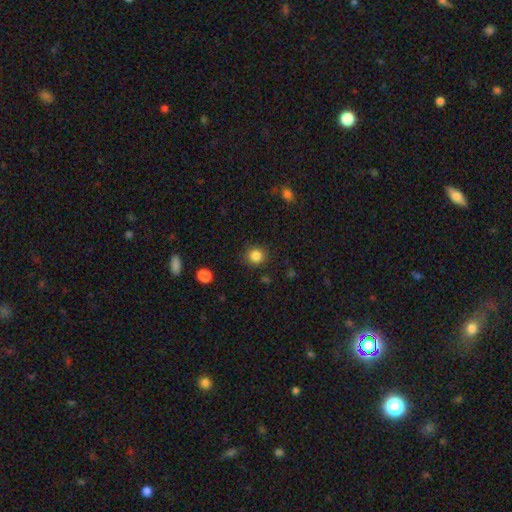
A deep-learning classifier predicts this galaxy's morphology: This is clearly a smooth galaxy (85%). How rounded: clearly round (89%). Merging: clearly none (88%).